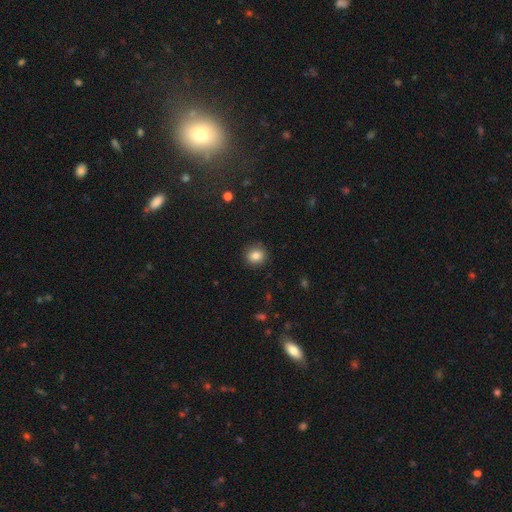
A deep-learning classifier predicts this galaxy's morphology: This is clearly a smooth galaxy (83%). How rounded: clearly round (83%). Merging: clearly none (89%).